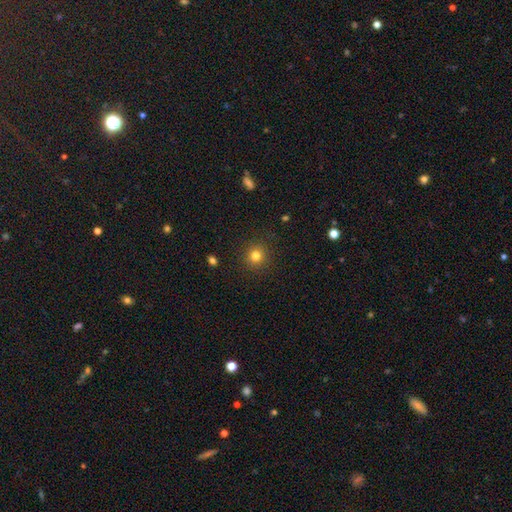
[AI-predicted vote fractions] A smooth galaxy with no disk features (81%) that is round (93%).

Vote fractions:
- Smooth or featured? smooth: 81% / star or artifact: 13% / featured or disk: 6%
- How rounded? round: 93% / in between: 6% / cigar-shaped: 1%
- Merging? none: 91% / minor disturbance: 6% / major disturbance: 2% / merger: 1%